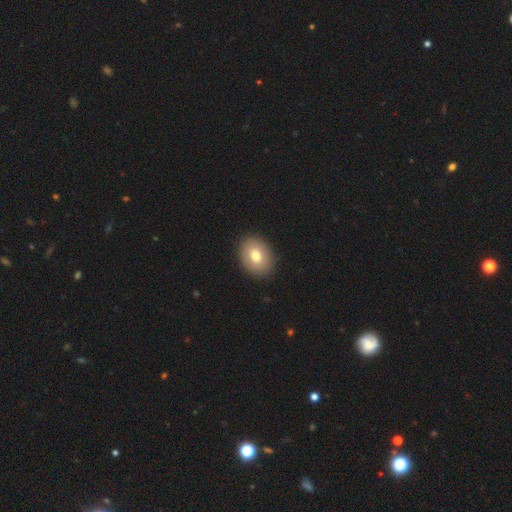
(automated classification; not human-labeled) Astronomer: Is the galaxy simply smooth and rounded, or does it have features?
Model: smooth — 76%.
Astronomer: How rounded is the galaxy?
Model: in between — 66%.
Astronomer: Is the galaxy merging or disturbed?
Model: none — 90%.